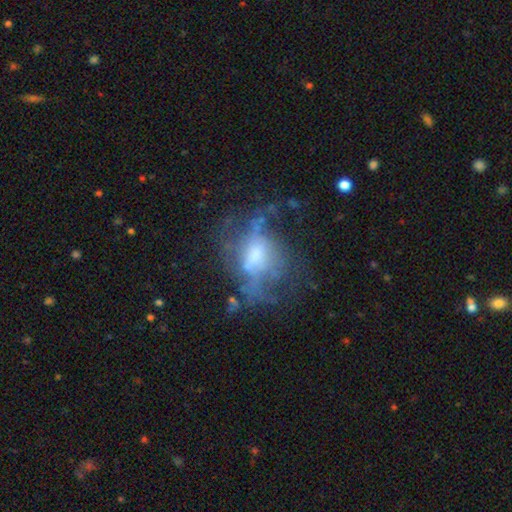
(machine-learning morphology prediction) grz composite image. It shows a featured or disk galaxy (57%) with no bar (69%), no spiral arms (66%) and a moderate central bulge (40%). Merging: major disturbance (37%).